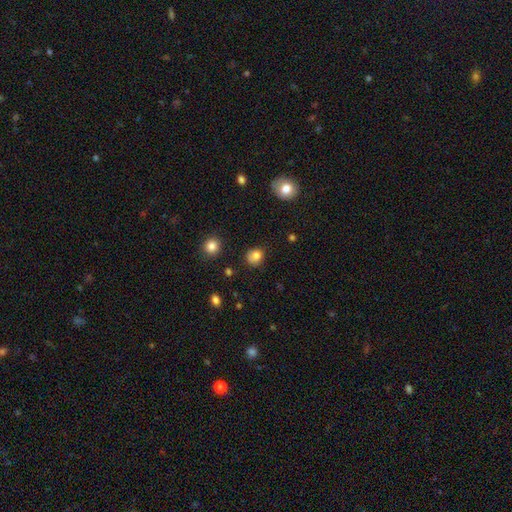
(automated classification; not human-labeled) Smooth or featured?
  - smooth: 81% *
  - star or artifact: 12%
  - featured or disk: 6%
How rounded?
  - round: 80% *
  - in between: 19%
  - cigar-shaped: 1%
Merging?
  - none: 77% *
  - minor disturbance: 17%
  - major disturbance: 4%
  - merger: 2%